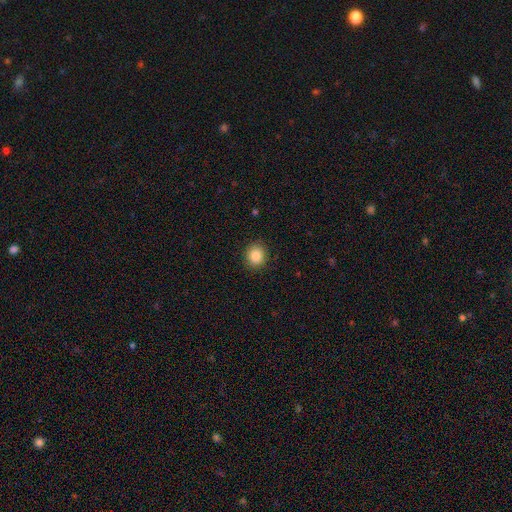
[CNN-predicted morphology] This is clearly a smooth galaxy (86%). How rounded: clearly round (82%). Merging: clearly none (89%).